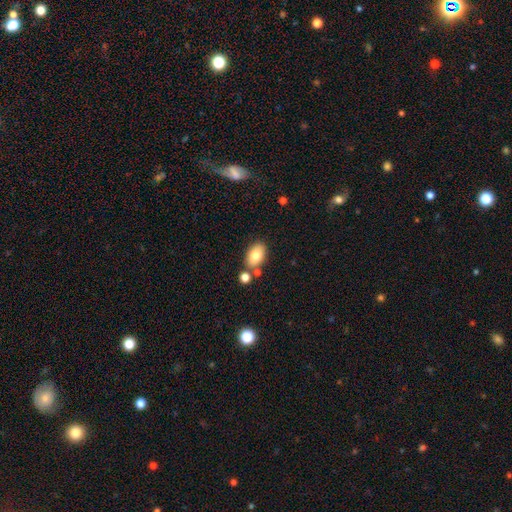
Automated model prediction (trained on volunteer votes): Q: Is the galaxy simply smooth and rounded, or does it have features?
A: smooth — 81%.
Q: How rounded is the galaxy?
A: in between — 90%.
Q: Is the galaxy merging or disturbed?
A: none — 71%.